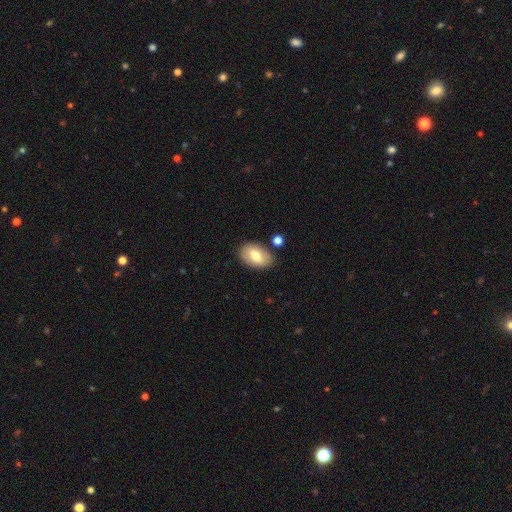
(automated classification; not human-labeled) Q: Smooth or featured?
A: smooth (69%); runner-up: featured or disk (23%)
Q: How rounded?
A: in between (88%); runner-up: round (10%)
Q: Merging?
A: none (81%); runner-up: minor disturbance (11%)